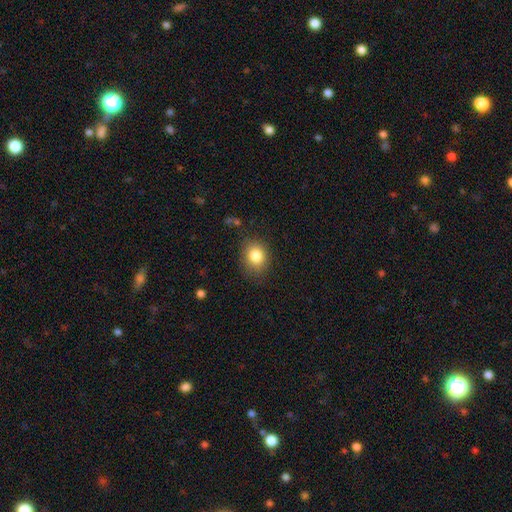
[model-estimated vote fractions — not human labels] Smooth or featured: smooth — 83% (star or artifact — 10%)
How rounded: round — 59% (in between — 41%)
Merging: none — 80% (minor disturbance — 14%)